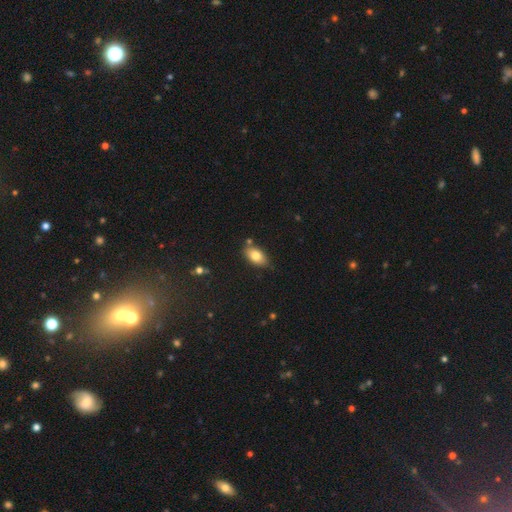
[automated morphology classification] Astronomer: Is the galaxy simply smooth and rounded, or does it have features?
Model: smooth — 78%.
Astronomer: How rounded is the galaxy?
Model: in between — 90%.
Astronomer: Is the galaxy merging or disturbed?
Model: none — 75%.